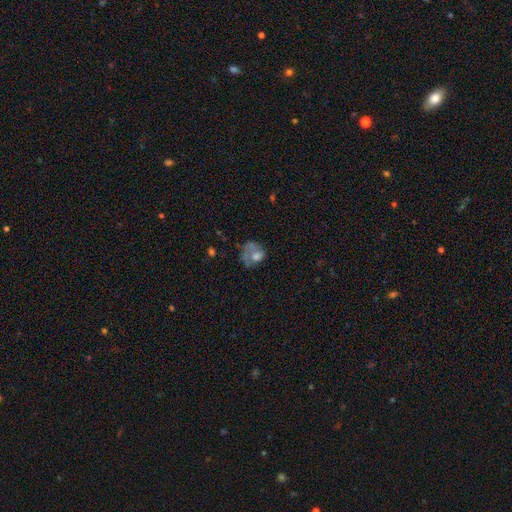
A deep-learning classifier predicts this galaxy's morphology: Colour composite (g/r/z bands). It shows a smooth galaxy with no disk features (49%). Merging: major disturbance (37%).